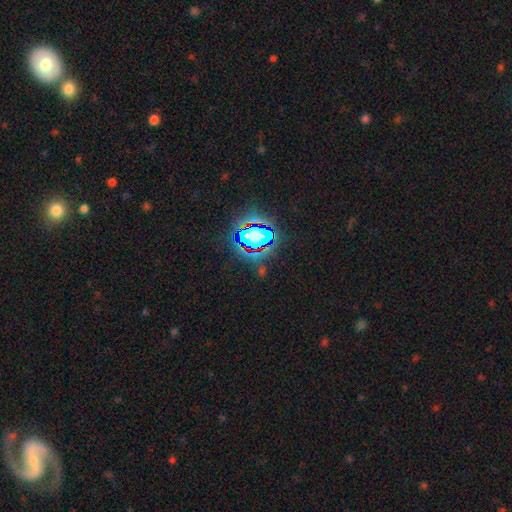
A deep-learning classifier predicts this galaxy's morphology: smooth_or_featured: star or artifact (p=0.77) [alt: smooth p=0.14]